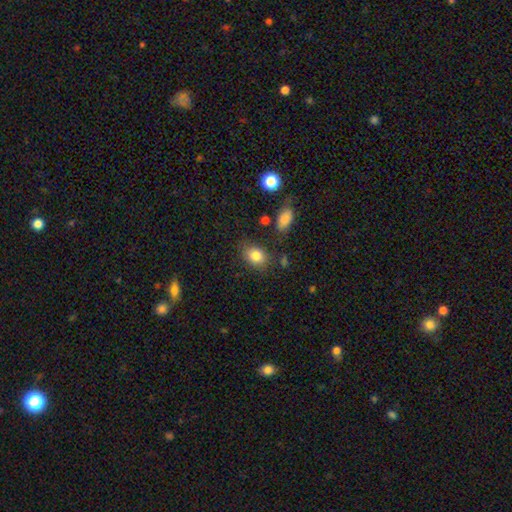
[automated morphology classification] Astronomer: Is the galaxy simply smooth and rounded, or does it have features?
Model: smooth — 83%.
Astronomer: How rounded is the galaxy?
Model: in between — 63%.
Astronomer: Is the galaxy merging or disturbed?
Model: none — 78%.